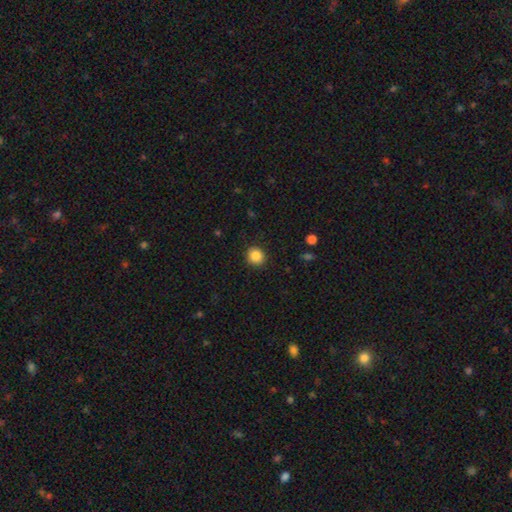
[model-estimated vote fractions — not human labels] Q: Smooth or featured?
A: smooth (87%); runner-up: star or artifact (10%)
Q: How rounded?
A: round (88%); runner-up: in between (11%)
Q: Merging?
A: none (90%); runner-up: minor disturbance (7%)